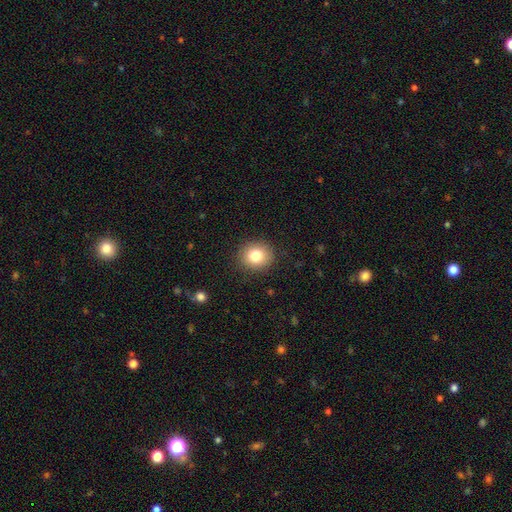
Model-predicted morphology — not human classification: Smooth or featured?
  - smooth: 81% *
  - star or artifact: 10%
  - featured or disk: 9%
How rounded?
  - round: 81% *
  - in between: 18%
  - cigar-shaped: 1%
Merging?
  - none: 89% *
  - minor disturbance: 8%
  - major disturbance: 2%
  - merger: 1%